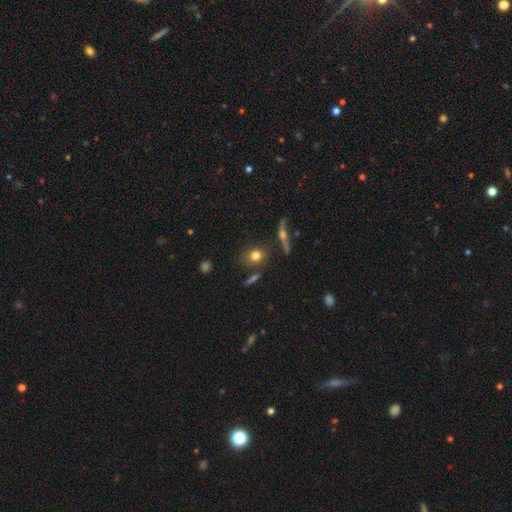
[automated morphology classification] This appears to be a smooth galaxy with no disk features (75%) that is round (64%). Merging: none (76%).